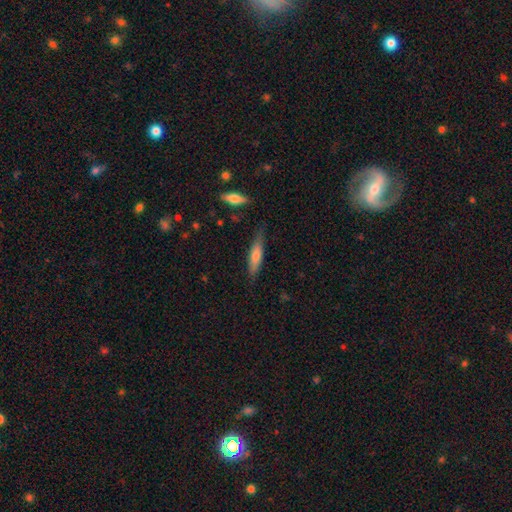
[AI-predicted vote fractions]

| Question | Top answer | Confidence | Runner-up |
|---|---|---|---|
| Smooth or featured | smooth | 69% | featured or disk (25%) |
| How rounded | cigar-shaped | 75% | in between (23%) |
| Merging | none | 73% | minor disturbance (20%) |